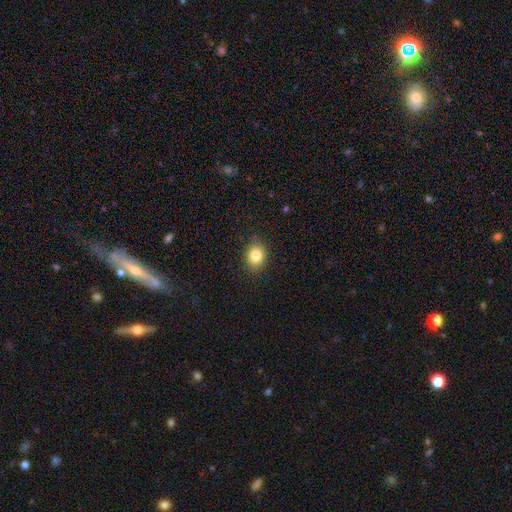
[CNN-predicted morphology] smooth 83%, star or artifact 10%, featured or disk 7%. Down the decision tree: how rounded — in between (54%); merging — none (87%).